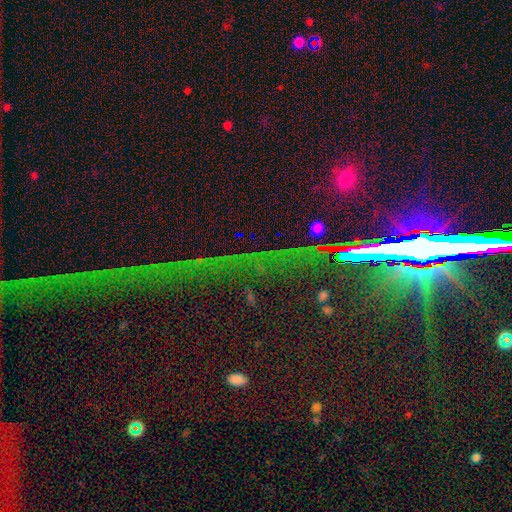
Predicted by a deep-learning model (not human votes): Q: Smooth or featured?
A: star or artifact (80%); runner-up: featured or disk (12%)